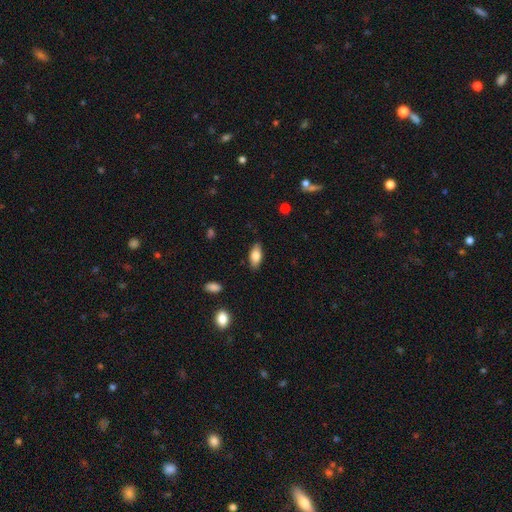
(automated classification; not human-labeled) Smooth or featured?
  - smooth: 81% *
  - featured or disk: 12%
  - star or artifact: 7%
How rounded?
  - in between: 86% *
  - cigar-shaped: 11%
  - round: 3%
Merging?
  - none: 85% *
  - minor disturbance: 11%
  - major disturbance: 2%
  - merger: 1%